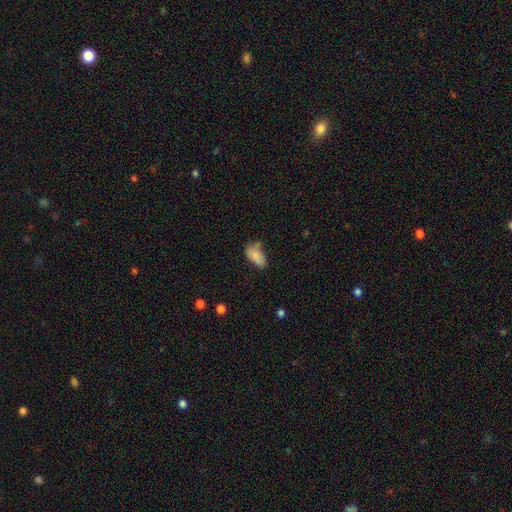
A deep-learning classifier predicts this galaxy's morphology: A smooth galaxy with no disk features (83%) that is in between round and cigar-shaped (91%). Merging: none (50%).